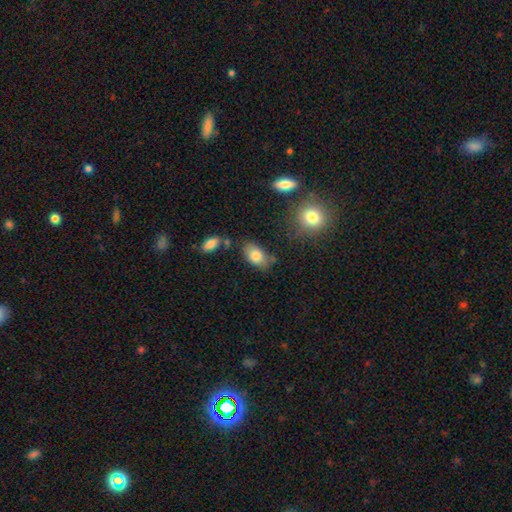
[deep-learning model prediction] The model was most divided on "merging": none: 66%, minor disturbance: 22%, merger: 7%, major disturbance: 6%. More confident: how rounded — in between (90%); smooth or featured — smooth (80%).